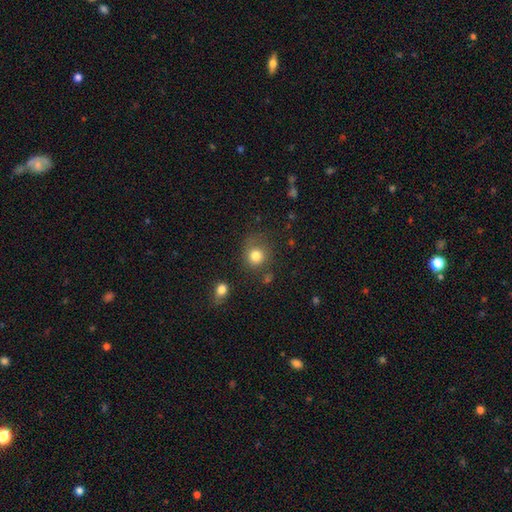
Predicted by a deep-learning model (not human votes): Morphology: type=smooth (82%); roundness=round (83%); merging=none (68%).